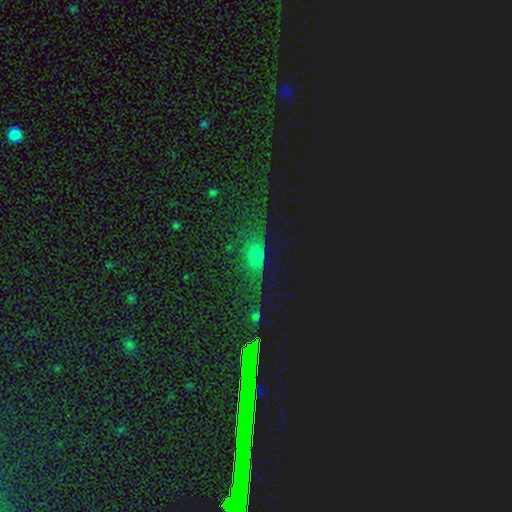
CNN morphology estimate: Smooth or featured? smooth (43%)
Merging? none (59%)